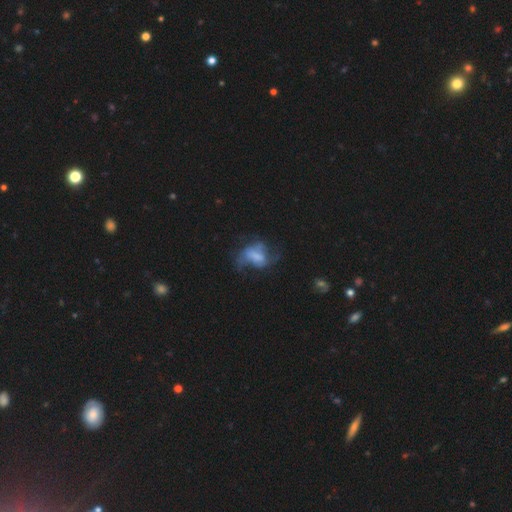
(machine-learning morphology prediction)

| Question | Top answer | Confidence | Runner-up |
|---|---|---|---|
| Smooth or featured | featured or disk | 49% | smooth (40%) |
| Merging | major disturbance | 44% | none (29%) |